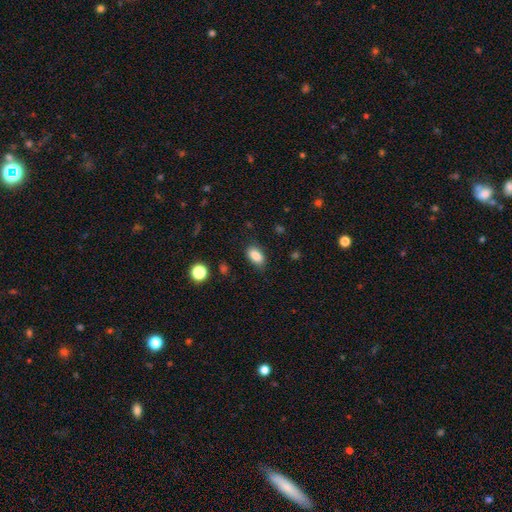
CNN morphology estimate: A smooth galaxy with no disk features (86%) that is in between round and cigar-shaped (89%). Merging: none (79%).